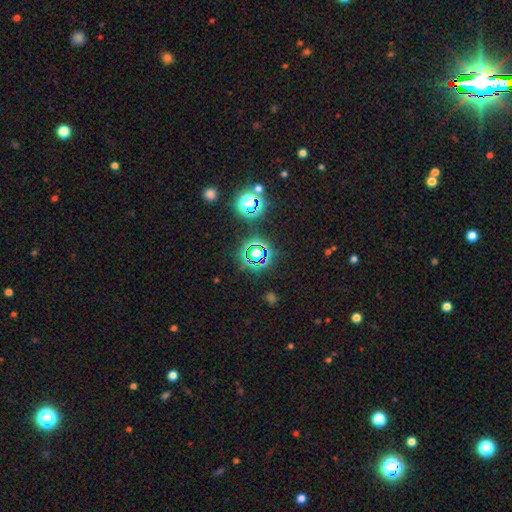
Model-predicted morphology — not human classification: type=star or artifact (66%).